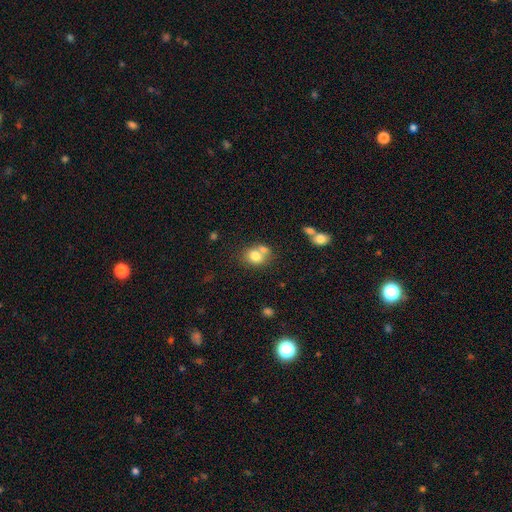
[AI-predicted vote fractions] Smooth or featured? Predicted: smooth (p=0.77). How rounded? Predicted: round (p=0.60). Merging? Predicted: none (p=0.44).